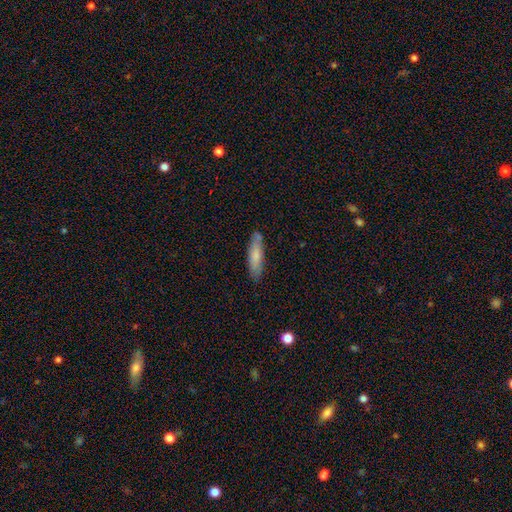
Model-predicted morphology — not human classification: This is likely a smooth galaxy (72%). How rounded: likely cigar-shaped (72%). Merging: clearly none (82%).